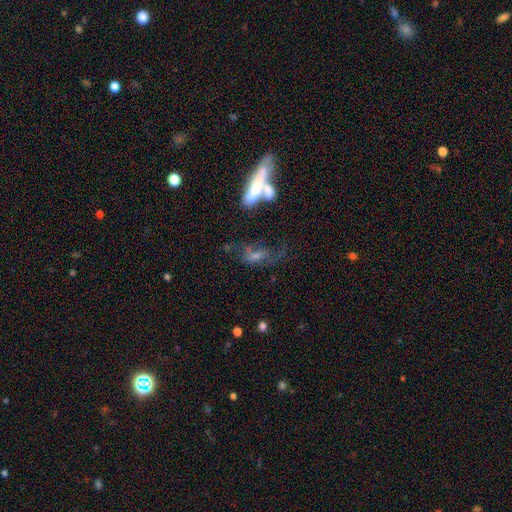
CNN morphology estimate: A smooth galaxy with no disk features (48%). Merging: major disturbance (29%).